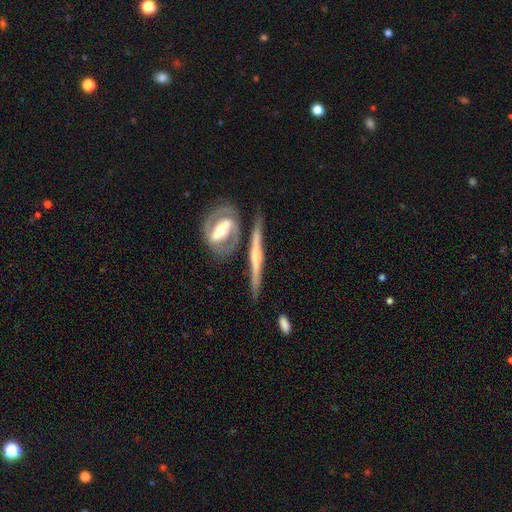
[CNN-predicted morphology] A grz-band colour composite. It shows a featured or disk galaxy (73%) viewed edge-on (77%) with a rounded central bulge (52%). Merging: none (66%).